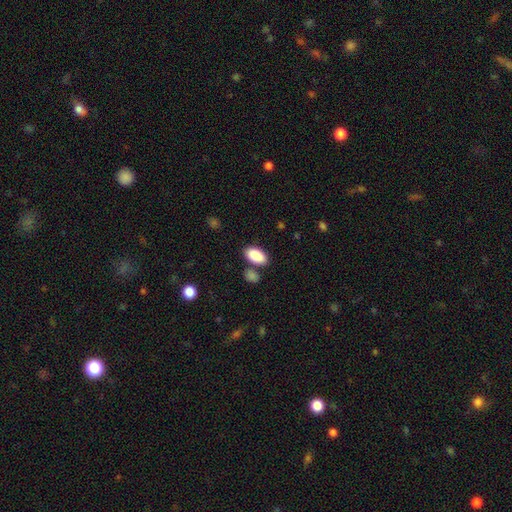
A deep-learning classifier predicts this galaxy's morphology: This appears to be a smooth galaxy with no disk features (89%) that is in between round and cigar-shaped (94%). Merging: none (74%).